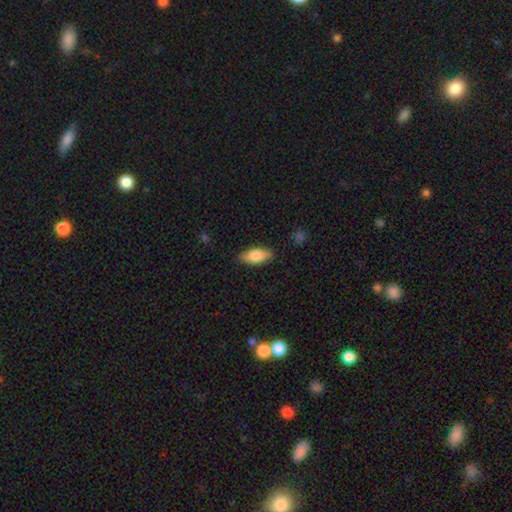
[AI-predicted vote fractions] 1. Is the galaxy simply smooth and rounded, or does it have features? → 81% smooth, 13% featured or disk, 6% star or artifact.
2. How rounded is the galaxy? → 81% in between, 17% cigar-shaped, 2% round.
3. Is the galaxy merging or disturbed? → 85% none, 12% minor disturbance, 2% major disturbance, 1% merger.